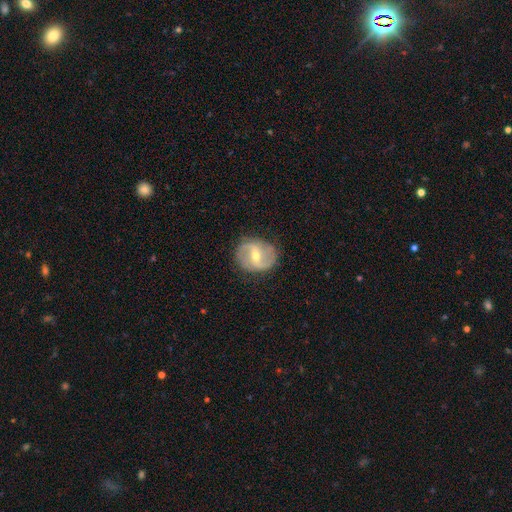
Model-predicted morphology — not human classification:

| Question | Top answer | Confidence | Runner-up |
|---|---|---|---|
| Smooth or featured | featured or disk | 83% | smooth (11%) |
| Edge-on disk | no | 97% | yes (3%) |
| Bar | weak | 52% | strong (28%) |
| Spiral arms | yes | 93% | no (7%) |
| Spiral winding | medium | 47% | loose (34%) |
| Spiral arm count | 2 | 88% | can't tell (5%) |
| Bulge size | moderate | 63% | small (33%) |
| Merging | none | 80% | minor disturbance (14%) |